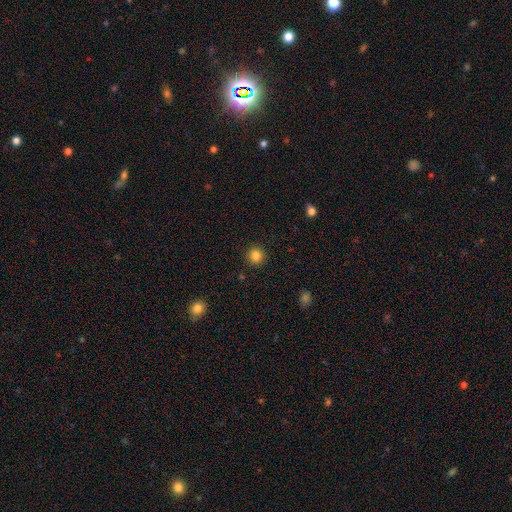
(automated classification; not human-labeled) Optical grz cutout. It shows a smooth galaxy with no disk features (83%) that is round (93%). Merging: none (92%).